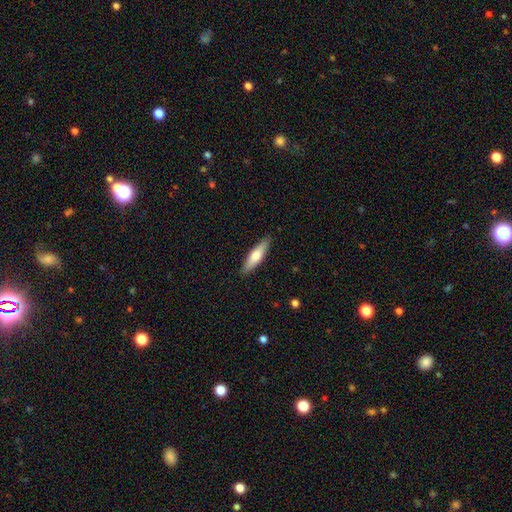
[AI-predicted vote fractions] Smooth or featured?
  - smooth: 62% *
  - featured or disk: 33%
  - star or artifact: 5%
How rounded?
  - cigar-shaped: 72% *
  - in between: 26%
  - round: 2%
Merging?
  - none: 89% *
  - minor disturbance: 8%
  - major disturbance: 2%
  - merger: 1%